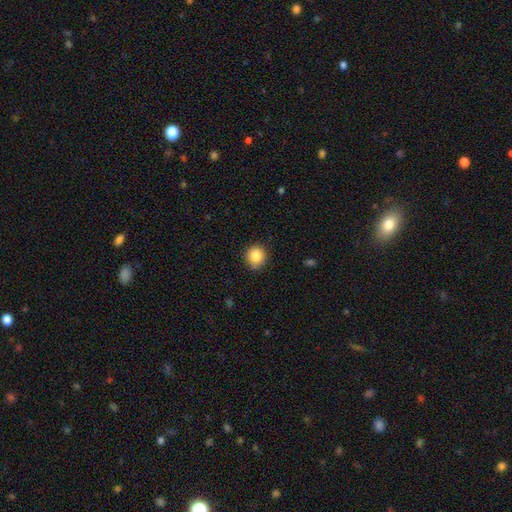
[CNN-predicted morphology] smooth 86%, star or artifact 9%, featured or disk 5%. Down the decision tree: how rounded — round (90%); merging — none (86%).